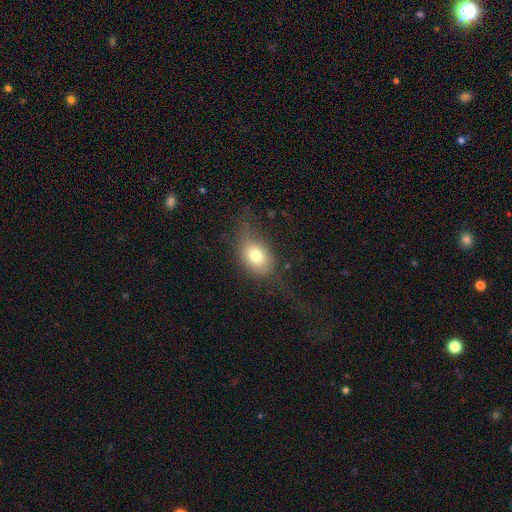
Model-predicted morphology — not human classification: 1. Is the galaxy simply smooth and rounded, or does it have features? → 71% smooth, 18% featured or disk, 10% star or artifact.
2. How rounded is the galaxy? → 72% in between, 25% round, 3% cigar-shaped.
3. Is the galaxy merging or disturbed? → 52% none, 24% minor disturbance, 22% major disturbance, 2% merger.